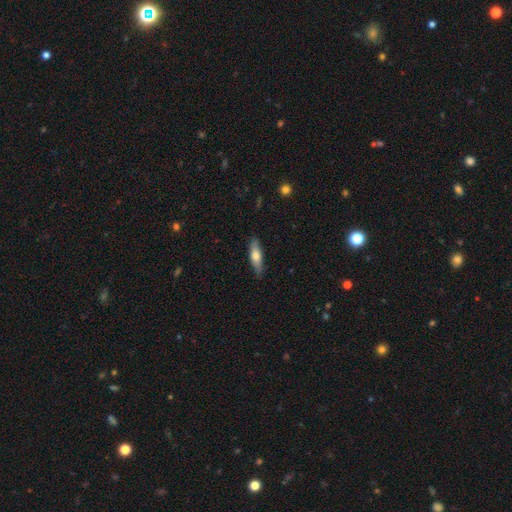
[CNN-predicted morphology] smooth_or_featured: smooth (p=0.63) [alt: featured or disk p=0.31]
how_rounded: cigar-shaped (p=0.61) [alt: in between p=0.37]
merging: none (p=0.85) [alt: minor disturbance p=0.12]